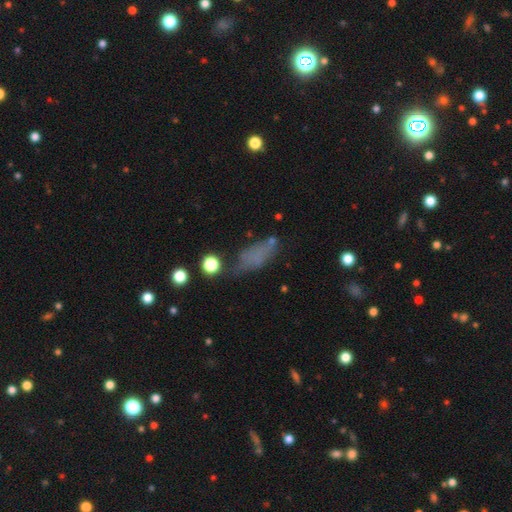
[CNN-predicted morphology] Overall: smooth (63%). How rounded: in between (70%). Merging: none (45%; minor disturbance 26%).